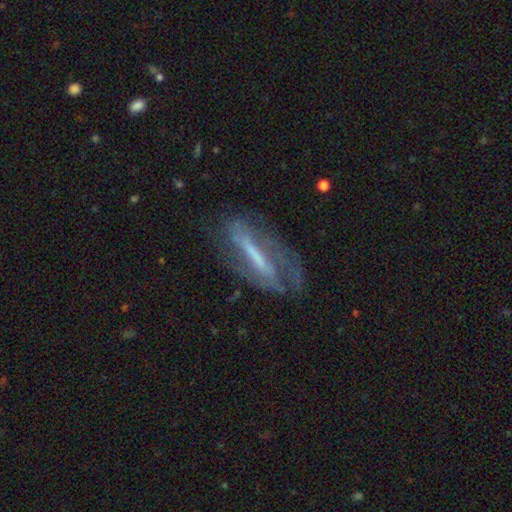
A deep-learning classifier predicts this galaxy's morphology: This is likely a featured or disk galaxy (70%). It is likely not viewed edge-on (66%). Merging: possibly none (58%).